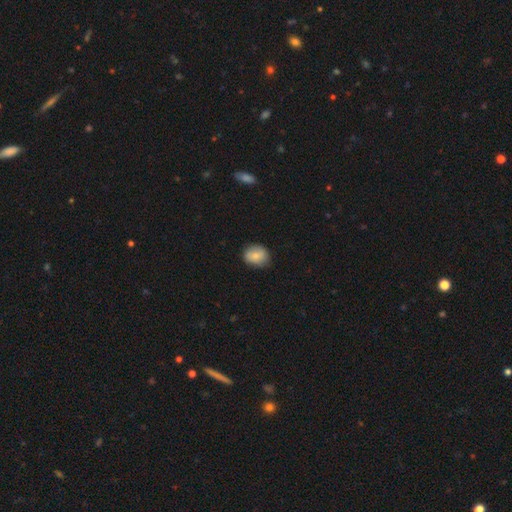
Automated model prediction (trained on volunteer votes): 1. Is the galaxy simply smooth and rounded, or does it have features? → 79% smooth, 13% featured or disk, 8% star or artifact.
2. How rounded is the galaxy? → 57% round, 42% in between, 1% cigar-shaped.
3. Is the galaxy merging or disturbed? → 77% none, 19% minor disturbance, 3% major disturbance, 1% merger.